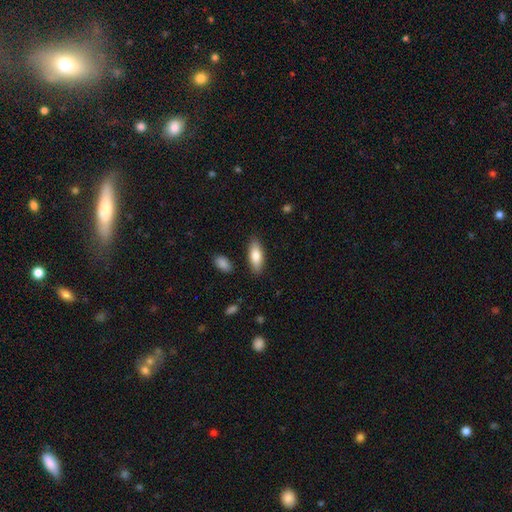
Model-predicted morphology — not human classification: type=smooth (79%); roundness=in between (71%); merging=none (85%).